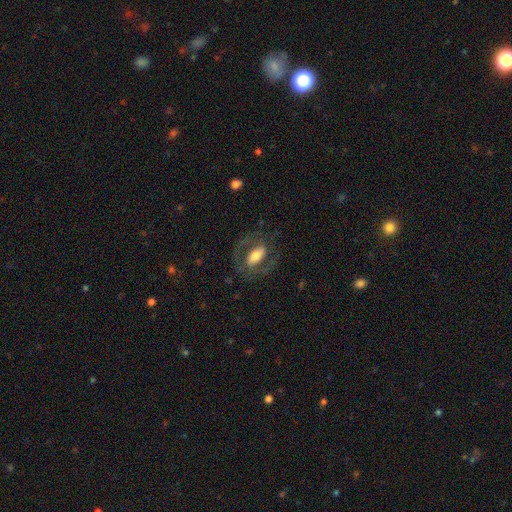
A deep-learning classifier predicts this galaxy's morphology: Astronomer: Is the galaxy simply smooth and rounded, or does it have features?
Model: featured or disk — 57% (runner-up: smooth, 37%).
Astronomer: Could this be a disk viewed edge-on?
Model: no — 91%.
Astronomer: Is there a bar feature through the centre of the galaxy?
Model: strong — 41% (runner-up: no, 30%).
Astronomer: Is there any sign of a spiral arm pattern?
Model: yes — 58% (runner-up: no, 42%).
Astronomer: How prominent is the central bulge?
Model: moderate — 48% (runner-up: large, 30%).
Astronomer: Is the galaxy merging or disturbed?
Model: none — 69%.